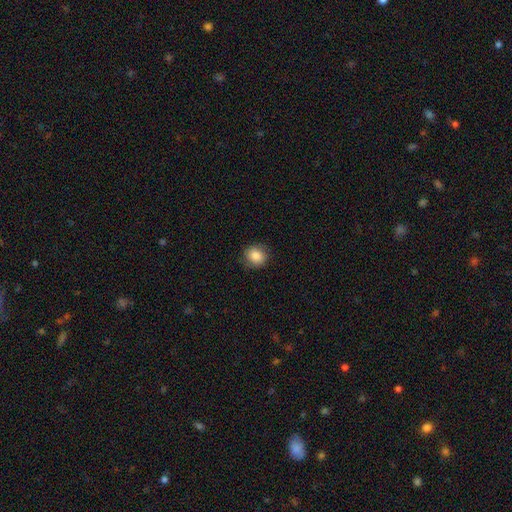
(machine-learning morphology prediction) This appears to be a smooth galaxy with no disk features (85%) that is round (80%). Merging: none (85%).